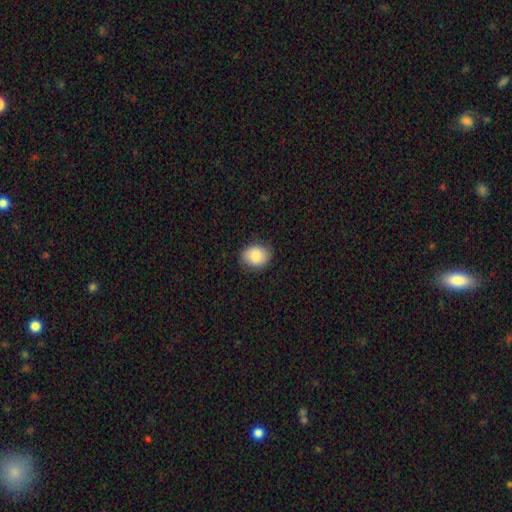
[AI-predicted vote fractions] Overall: smooth (84%). How rounded: in between (55%; round 44%). Merging: none (85%).